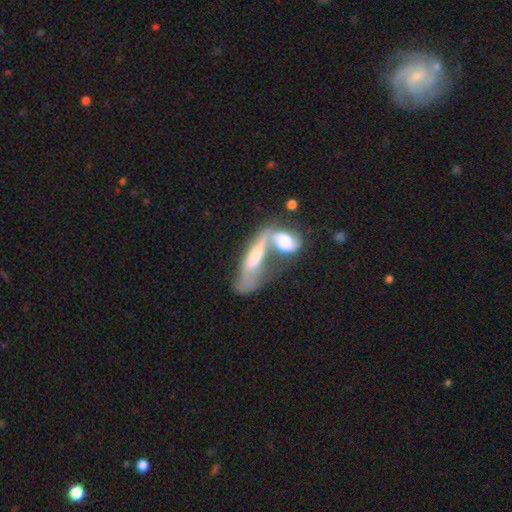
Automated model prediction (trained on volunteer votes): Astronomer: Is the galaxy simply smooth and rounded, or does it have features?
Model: featured or disk — 55% (runner-up: smooth, 35%).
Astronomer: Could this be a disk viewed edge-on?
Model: no — 58% (runner-up: yes, 42%).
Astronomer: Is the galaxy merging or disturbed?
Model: merger — 59%.